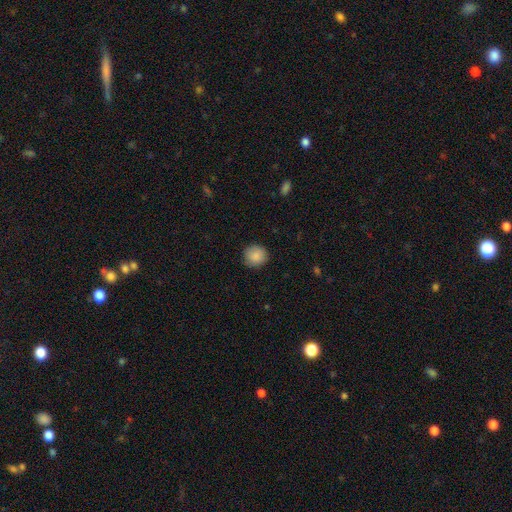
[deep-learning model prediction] smooth 88%, star or artifact 8%, featured or disk 4%. Down the decision tree: how rounded — round (92%); merging — none (89%).